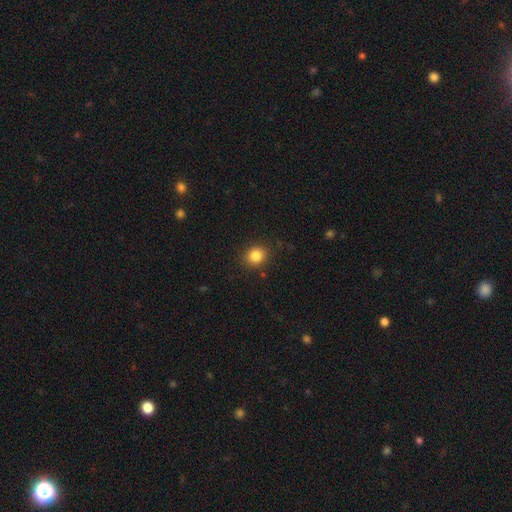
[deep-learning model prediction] A smooth galaxy with no disk features (84%) that is round (73%). Merging: none (88%).